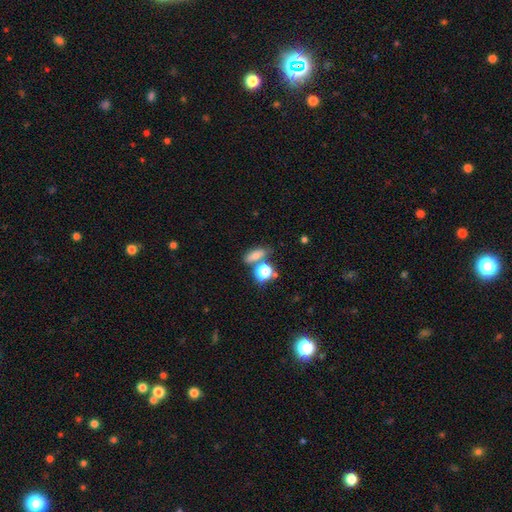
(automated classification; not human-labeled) This appears to be a smooth galaxy with no disk features (69%) that is in between round and cigar-shaped (61%). Merging: none (63%).